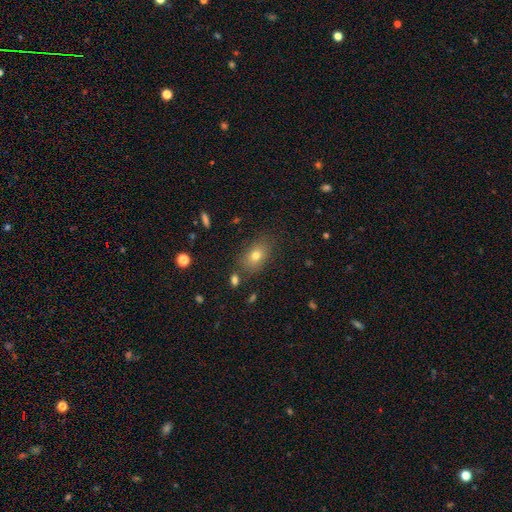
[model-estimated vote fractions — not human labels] Smooth or featured? Predicted: smooth (p=0.76). How rounded? Predicted: in between (p=0.75). Merging? Predicted: none (p=0.80).